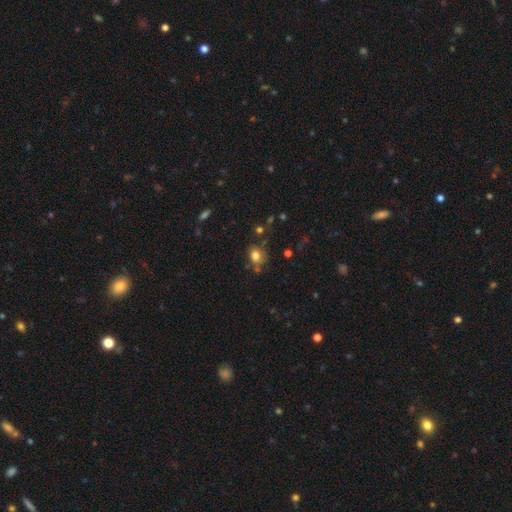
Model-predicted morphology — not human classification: Smooth or featured? smooth (79%)
How rounded? round (60%)
Merging? none (71%)